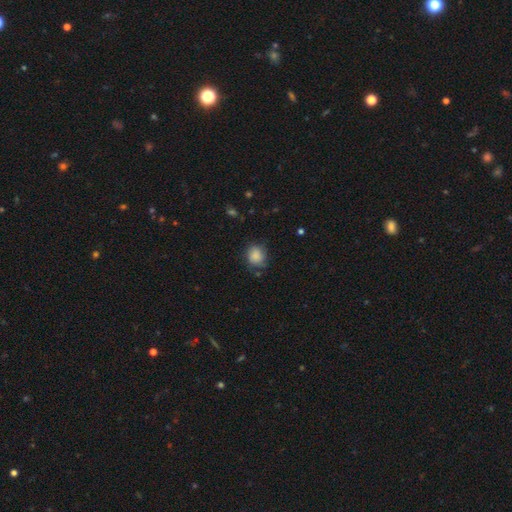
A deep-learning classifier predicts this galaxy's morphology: This is clearly a smooth galaxy (84%). How rounded: likely round (70%). Merging: likely none (70%).